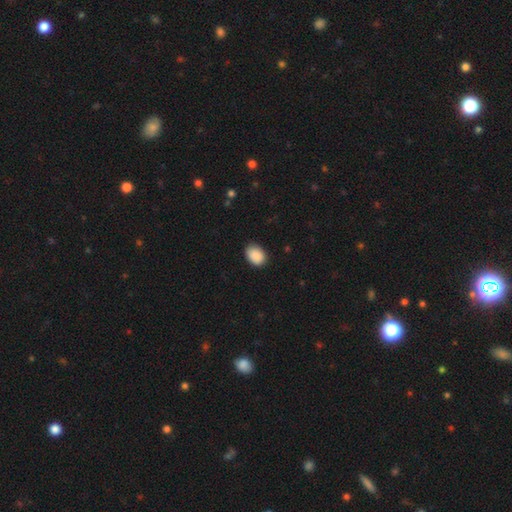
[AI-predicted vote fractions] This is clearly a smooth galaxy (90%). How rounded: likely in between (77%). Merging: clearly none (84%).